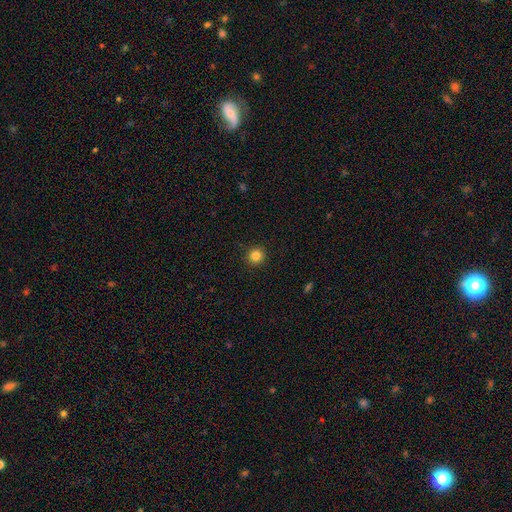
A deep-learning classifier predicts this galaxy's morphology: smooth_or_featured: smooth (p=0.84) [alt: star or artifact p=0.11]
how_rounded: round (p=0.95) [alt: in between p=0.05]
merging: none (p=0.93) [alt: minor disturbance p=0.05]